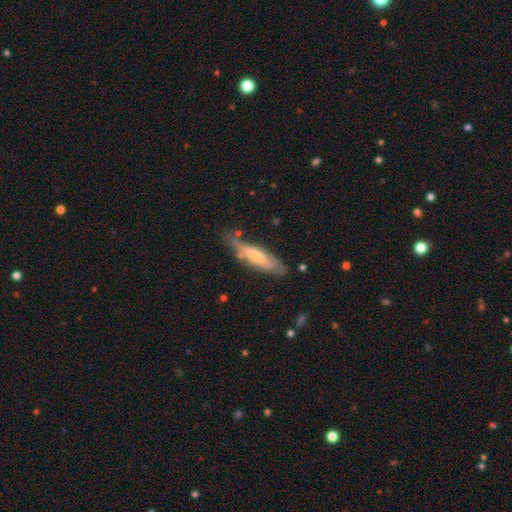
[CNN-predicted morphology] A featured or disk galaxy (52%) viewed edge-on (62%).

Vote fractions:
- Smooth or featured? featured or disk: 52% / smooth: 42% / star or artifact: 7%
- Edge-on disk? yes: 62% / no: 38%
- Merging? none: 62% / minor disturbance: 27% / major disturbance: 7% / merger: 4%